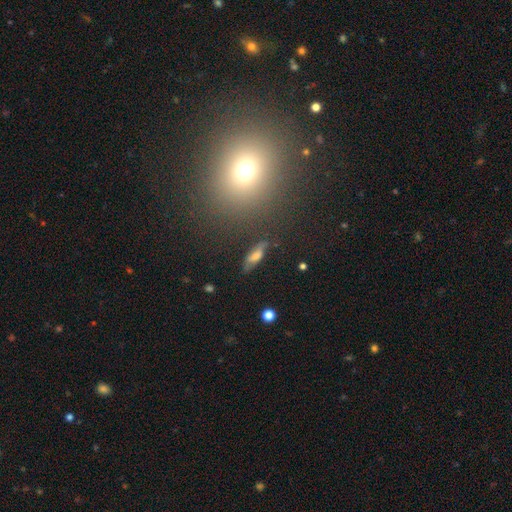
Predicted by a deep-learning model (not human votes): Smooth or featured?
  - smooth: 54% *
  - featured or disk: 35%
  - star or artifact: 11%
How rounded?
  - in between: 48% *
  - cigar-shaped: 47%
  - round: 4%
Merging?
  - none: 65% *
  - minor disturbance: 22%
  - major disturbance: 9%
  - merger: 4%